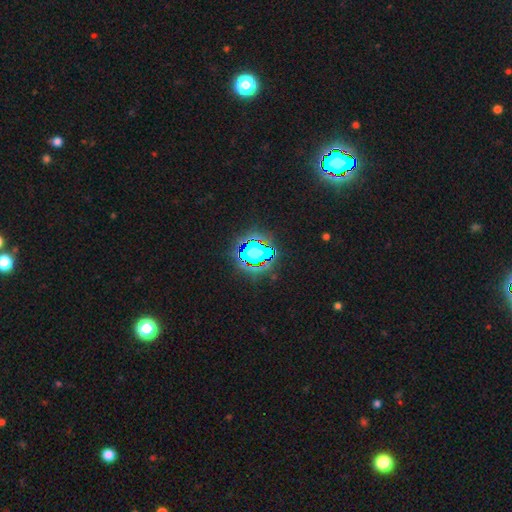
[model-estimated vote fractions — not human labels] star or artifact 74%, smooth 17%, featured or disk 9%.